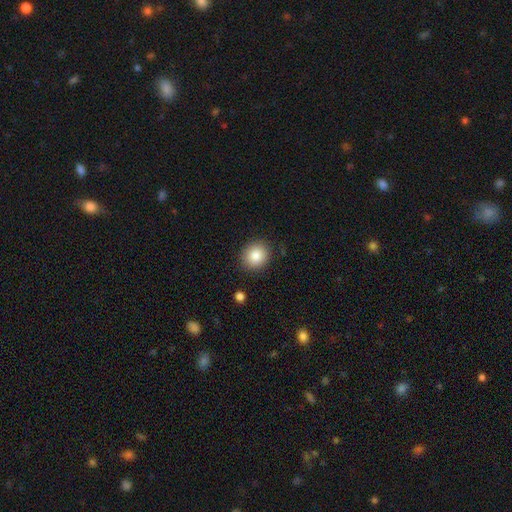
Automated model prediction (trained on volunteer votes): Smooth or featured: smooth — 85% (star or artifact — 9%)
How rounded: round — 80% (in between — 19%)
Merging: none — 89% (minor disturbance — 8%)